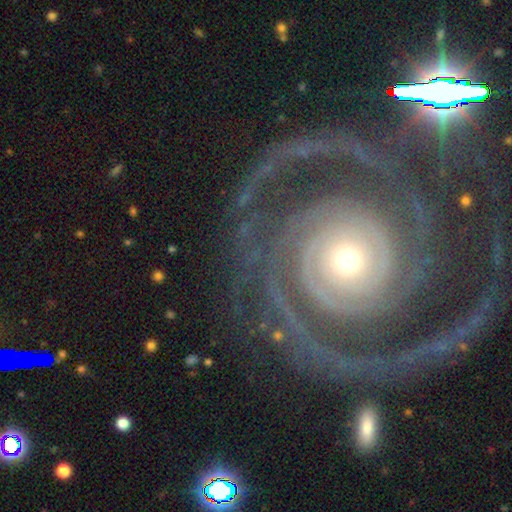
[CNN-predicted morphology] Smooth or featured?
  - featured or disk: 91% *
  - star or artifact: 5%
  - smooth: 4%
Edge-on disk?
  - no: 98% *
  - yes: 2%
Bar?
  - no: 77% *
  - weak: 13%
  - strong: 10%
Spiral arms?
  - yes: 98% *
  - no: 2%
Spiral winding?
  - tight: 73% *
  - medium: 22%
  - loose: 5%
Spiral arm count?
  - 2: 63% *
  - 3: 11%
  - can't tell: 9%
  - 4: 6%
  - more than 4: 6%
  - 1: 5%
Bulge size?
  - small: 55% *
  - moderate: 38%
  - large: 4%
  - dominant: 1%
  - none: 1%
Merging?
  - none: 70% *
  - major disturbance: 14%
  - minor disturbance: 13%
  - merger: 3%